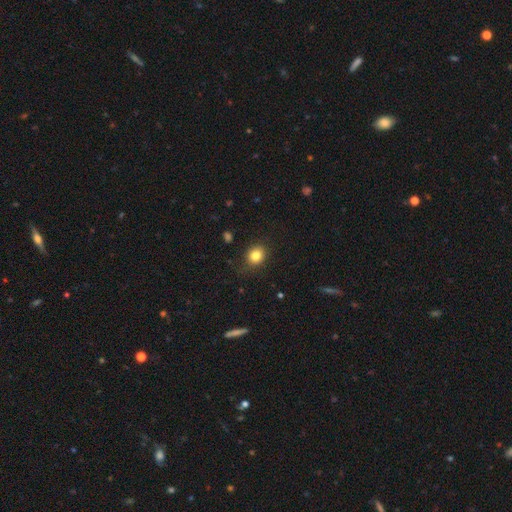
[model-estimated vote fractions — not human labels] A smooth galaxy with no disk features (83%) that is round (65%). Merging: none (82%).